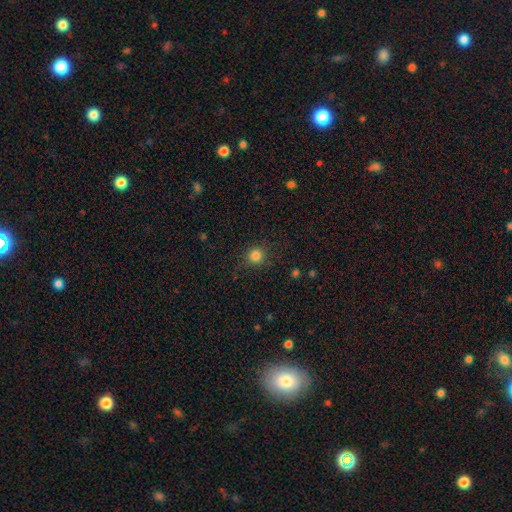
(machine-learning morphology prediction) Smooth or featured? Predicted: smooth (p=0.82). How rounded? Predicted: round (p=0.91). Merging? Predicted: none (p=0.85).